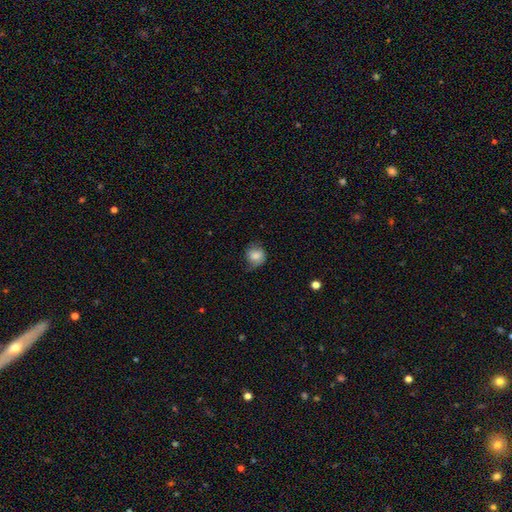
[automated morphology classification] Overall: smooth (79%). How rounded: round (77%). Merging: none (53%; minor disturbance 32%).